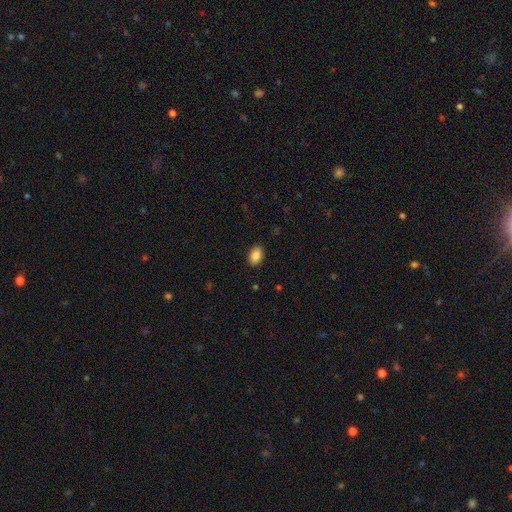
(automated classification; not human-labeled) A smooth galaxy with no disk features (86%) that is in between round and cigar-shaped (84%).

Vote fractions:
- Smooth or featured? smooth: 86% / star or artifact: 8% / featured or disk: 6%
- How rounded? in between: 84% / round: 15% / cigar-shaped: 1%
- Merging? none: 88% / minor disturbance: 9% / major disturbance: 2% / merger: 1%